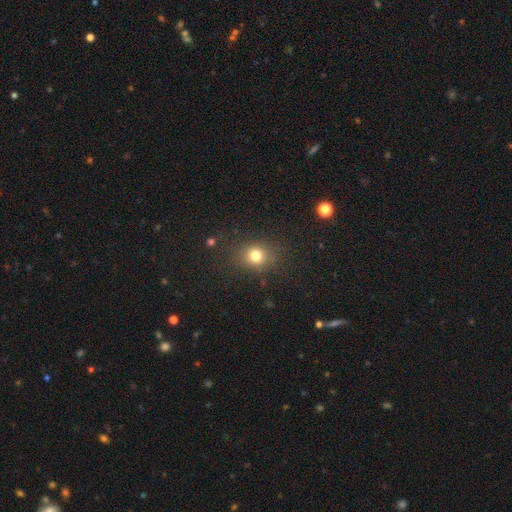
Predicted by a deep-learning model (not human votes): smooth 78%, star or artifact 14%, featured or disk 7%. Down the decision tree: how rounded — round (69%); merging — none (83%).